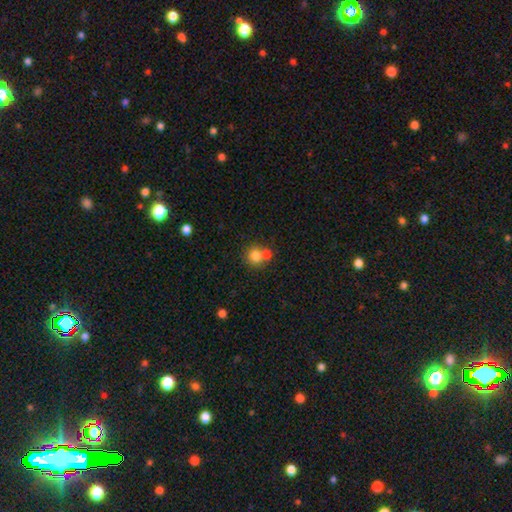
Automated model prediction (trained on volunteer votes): This is likely a smooth galaxy (78%). How rounded: clearly round (84%). Merging: possibly none (48%).